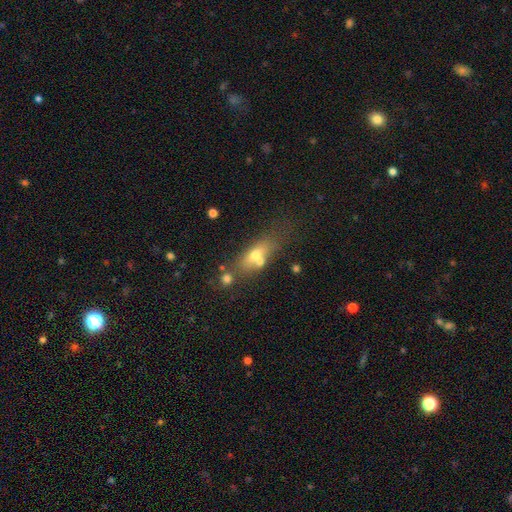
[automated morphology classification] Smooth or featured? Predicted: smooth (p=0.60). How rounded? Predicted: in between (p=0.62). Merging? Predicted: none (p=0.45).